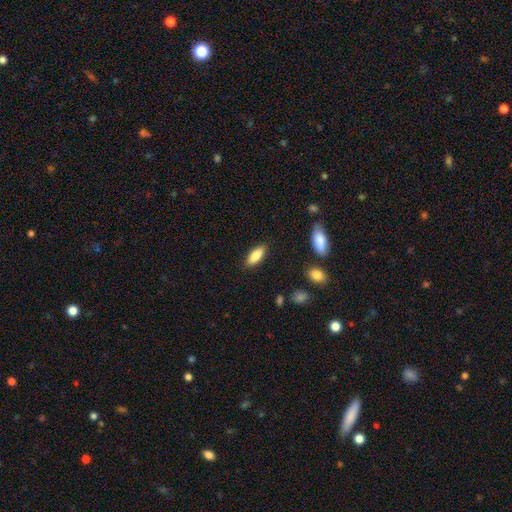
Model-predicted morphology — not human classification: This is clearly a smooth galaxy (83%). How rounded: likely in between (74%). Merging: clearly none (87%).